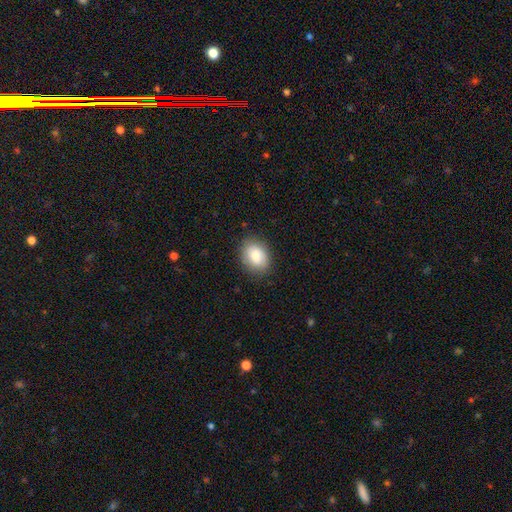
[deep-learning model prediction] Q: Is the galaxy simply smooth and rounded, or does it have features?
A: smooth — 83%.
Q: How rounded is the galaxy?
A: in between — 73%.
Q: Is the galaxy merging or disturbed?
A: none — 84%.